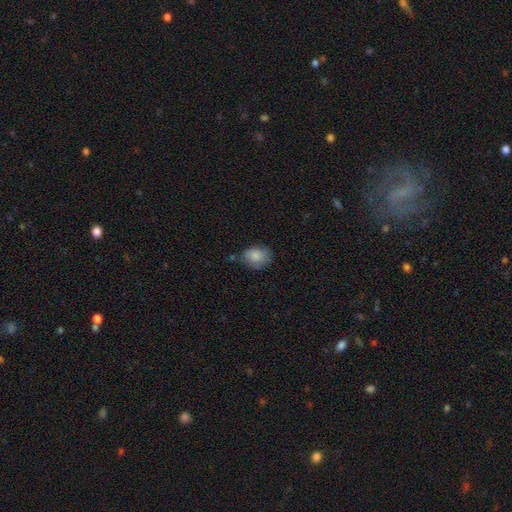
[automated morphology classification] A smooth galaxy with no disk features (84%) that is in between round and cigar-shaped (54%). Merging: none (62%).